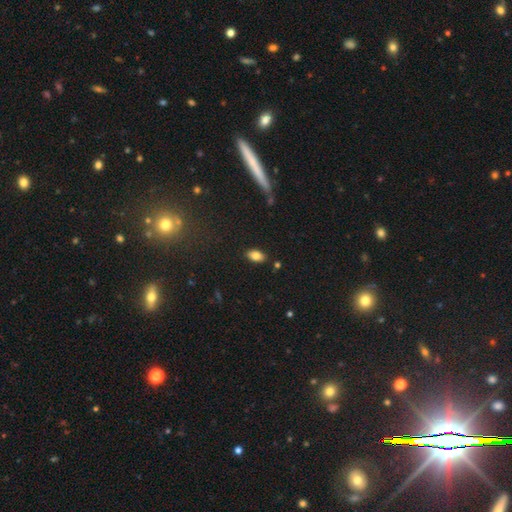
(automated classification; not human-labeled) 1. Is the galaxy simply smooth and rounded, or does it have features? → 83% smooth, 9% star or artifact, 8% featured or disk.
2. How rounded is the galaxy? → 92% in between, 5% round, 3% cigar-shaped.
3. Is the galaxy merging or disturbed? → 84% none, 11% minor disturbance, 3% merger, 2% major disturbance.